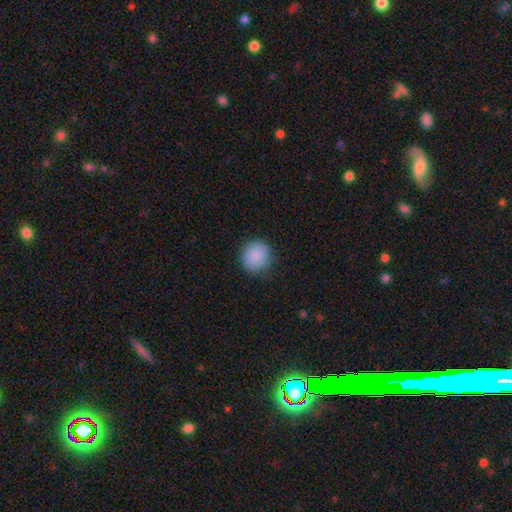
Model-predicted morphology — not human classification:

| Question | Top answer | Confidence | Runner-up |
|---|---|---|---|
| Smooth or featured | smooth | 89% | star or artifact (8%) |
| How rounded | round | 91% | in between (9%) |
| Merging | none | 86% | minor disturbance (10%) |